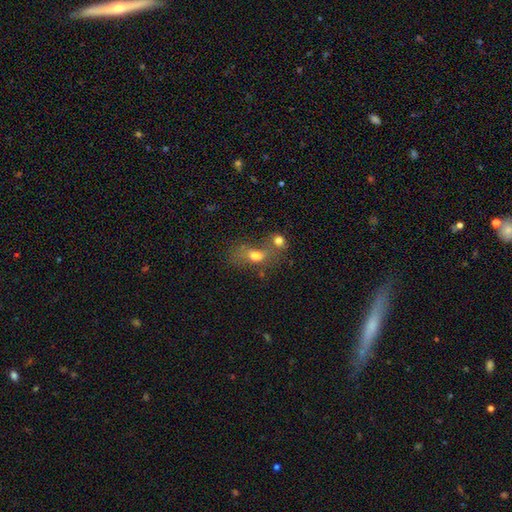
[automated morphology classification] A smooth galaxy with no disk features (69%) that is in between round and cigar-shaped (63%). Merging: merger (47%).